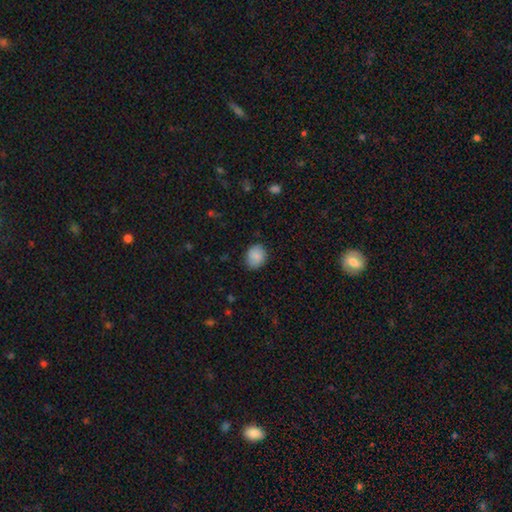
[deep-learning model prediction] A smooth galaxy with no disk features (86%) that is round (54%).

Vote fractions:
- Smooth or featured? smooth: 86% / star or artifact: 7% / featured or disk: 7%
- How rounded? round: 54% / in between: 45% / cigar-shaped: 1%
- Merging? none: 82% / minor disturbance: 14% / major disturbance: 3% / merger: 1%